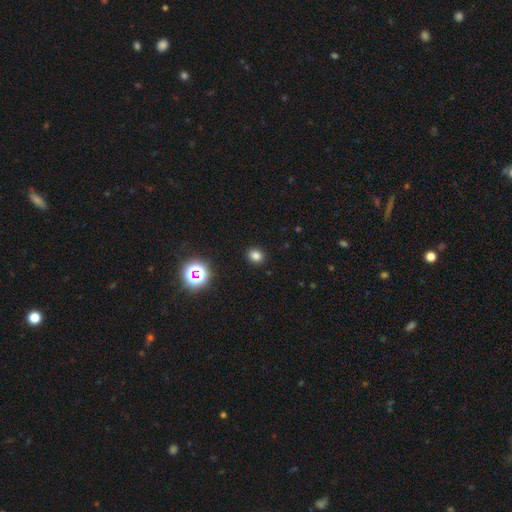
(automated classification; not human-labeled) Q: Smooth or featured?
A: smooth (78%); runner-up: star or artifact (17%)
Q: How rounded?
A: round (64%); runner-up: in between (35%)
Q: Merging?
A: none (90%); runner-up: minor disturbance (6%)